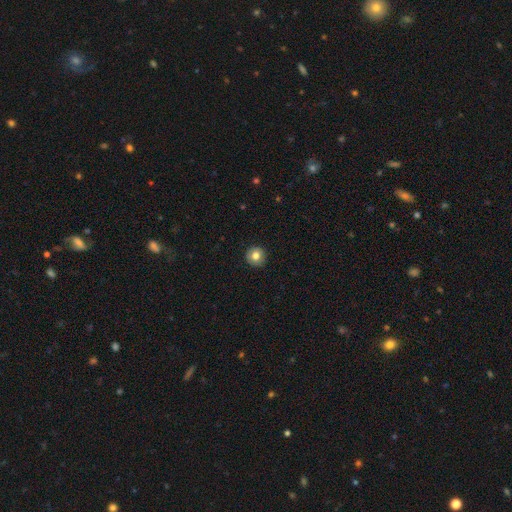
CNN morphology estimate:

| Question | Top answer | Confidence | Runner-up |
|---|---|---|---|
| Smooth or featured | smooth | 80% | featured or disk (11%) |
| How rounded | round | 95% | in between (4%) |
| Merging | none | 92% | minor disturbance (5%) |